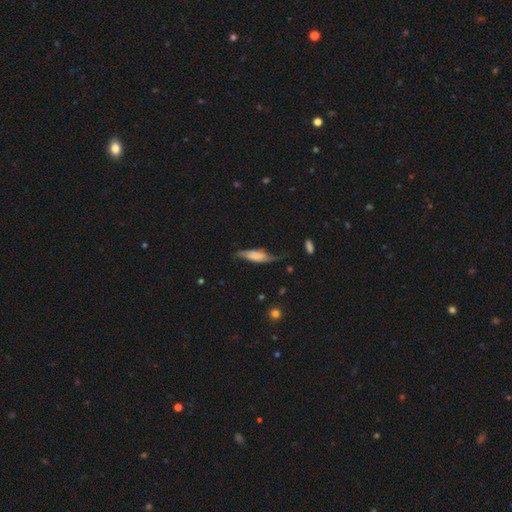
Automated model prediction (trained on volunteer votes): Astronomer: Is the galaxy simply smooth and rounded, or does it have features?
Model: featured or disk — 46%, tied with smooth at 46%.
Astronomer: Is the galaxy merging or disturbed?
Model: none — 45% (runner-up: minor disturbance, 32%).